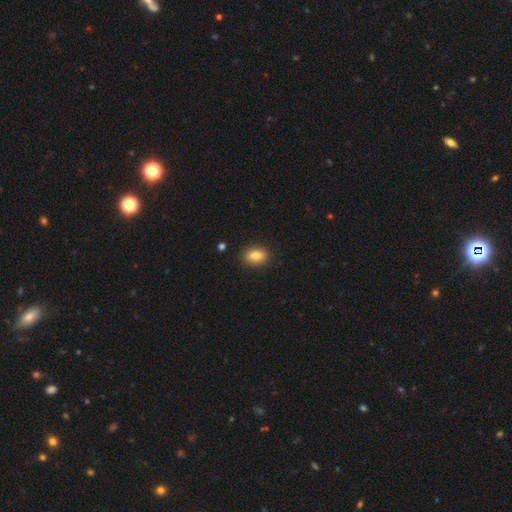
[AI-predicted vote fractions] The model was most divided on "how rounded": in between: 82%, round: 15%, cigar-shaped: 3%. More confident: merging — none (88%); smooth or featured — smooth (84%).